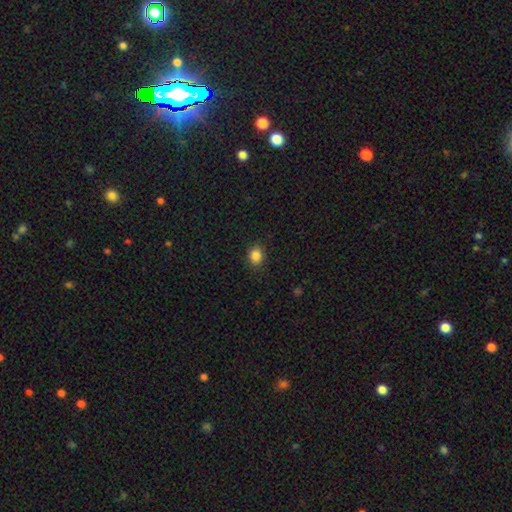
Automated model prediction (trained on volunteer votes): A smooth galaxy with no disk features (86%) that is round (51%).

Vote fractions:
- Smooth or featured? smooth: 86% / star or artifact: 10% / featured or disk: 4%
- How rounded? round: 51% / in between: 48% / cigar-shaped: 1%
- Merging? none: 88% / minor disturbance: 9% / major disturbance: 2% / merger: 1%